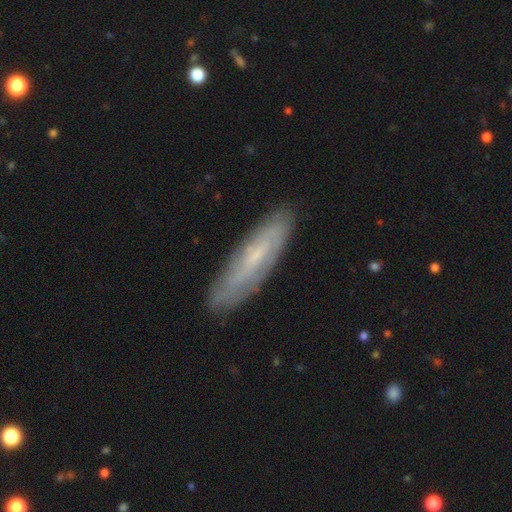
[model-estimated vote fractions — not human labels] Smooth or featured? featured or disk (53%)
Edge-on disk? no (60%)
Merging? none (82%)